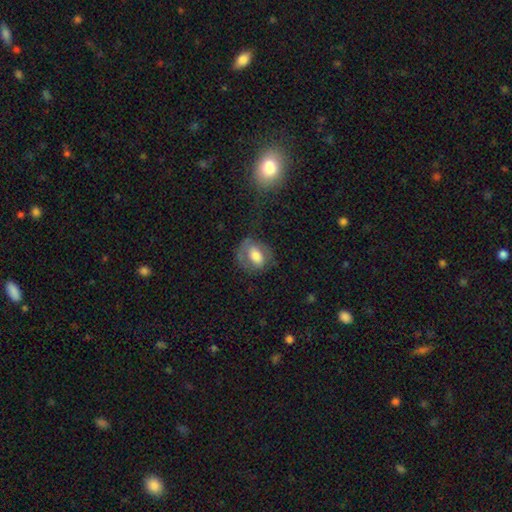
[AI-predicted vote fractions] A smooth galaxy with no disk features (55%) that is in between round and cigar-shaped (66%). Merging: none (56%).